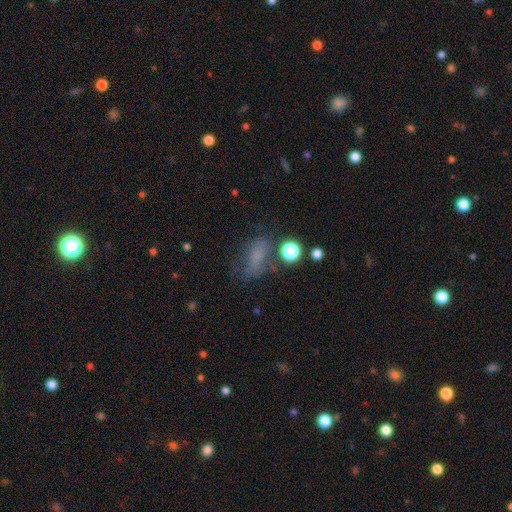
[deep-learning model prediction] smooth 50%, star or artifact 29%, featured or disk 22%. Down the decision tree: merging — none (57%).